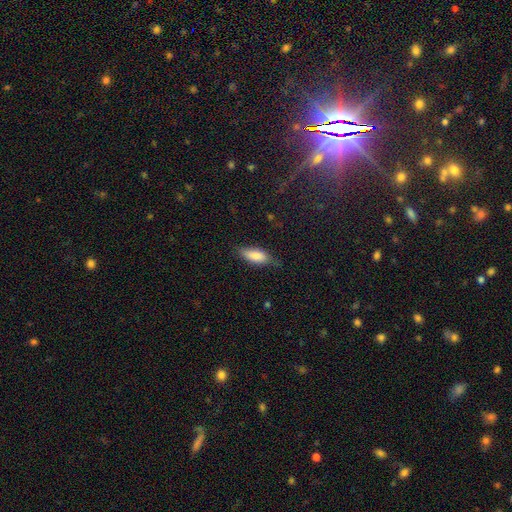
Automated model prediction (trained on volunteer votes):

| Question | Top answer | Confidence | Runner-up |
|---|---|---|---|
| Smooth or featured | smooth | 83% | featured or disk (11%) |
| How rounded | in between | 79% | cigar-shaped (19%) |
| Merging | none | 68% | minor disturbance (25%) |